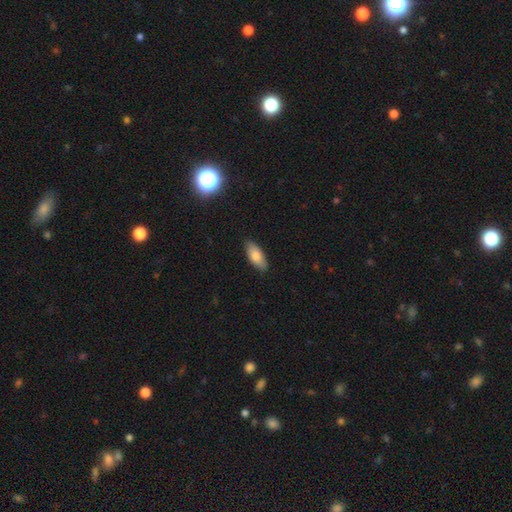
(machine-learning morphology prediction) smooth_or_featured: smooth (p=0.77) [alt: featured or disk p=0.16]
how_rounded: in between (p=0.84) [alt: cigar-shaped p=0.14]
merging: none (p=0.87) [alt: minor disturbance p=0.10]